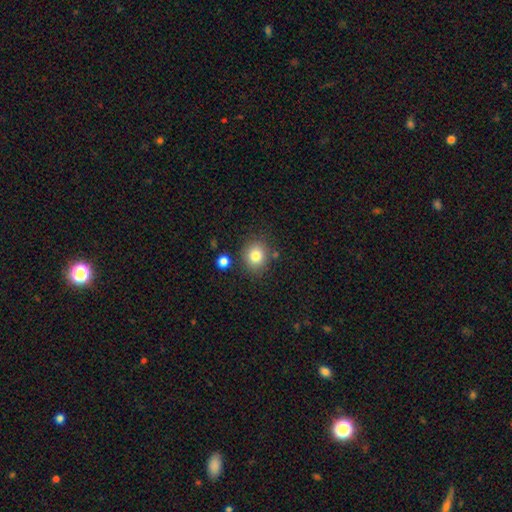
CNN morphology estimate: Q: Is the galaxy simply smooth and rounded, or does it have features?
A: smooth — 82%.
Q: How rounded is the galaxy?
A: round — 76%.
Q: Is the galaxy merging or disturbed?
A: none — 80%.